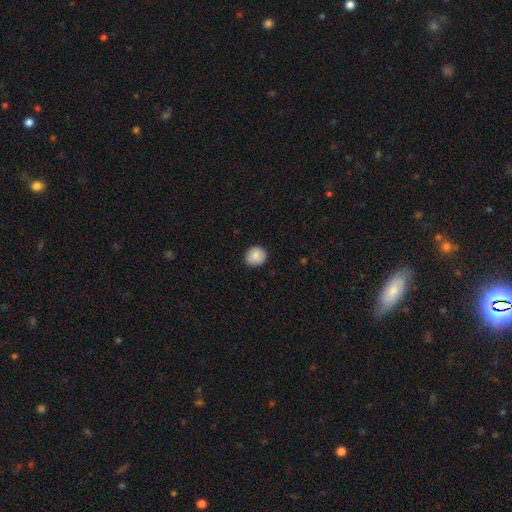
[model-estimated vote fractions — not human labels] Morphology: type=smooth (87%); roundness=round (81%); merging=none (88%).